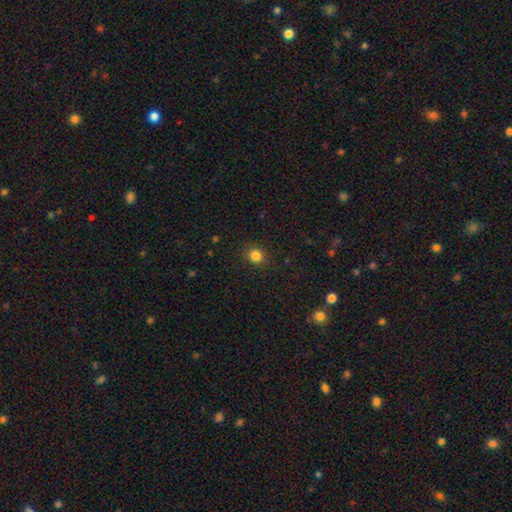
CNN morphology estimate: This appears to be a smooth galaxy with no disk features (83%) that is round (83%). Merging: none (89%).